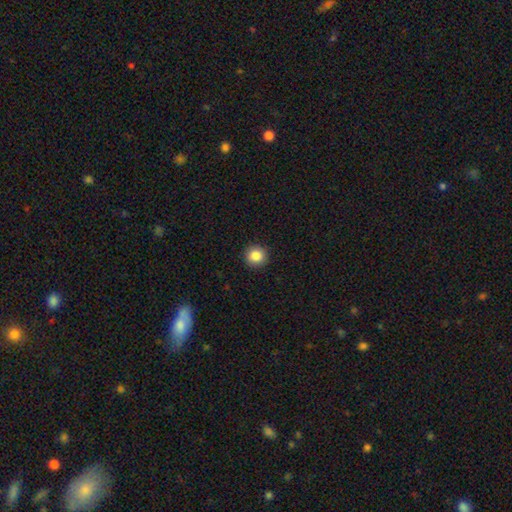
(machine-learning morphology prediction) Q: Smooth or featured?
A: smooth (86%); runner-up: star or artifact (9%)
Q: How rounded?
A: round (94%); runner-up: in between (5%)
Q: Merging?
A: none (92%); runner-up: minor disturbance (5%)